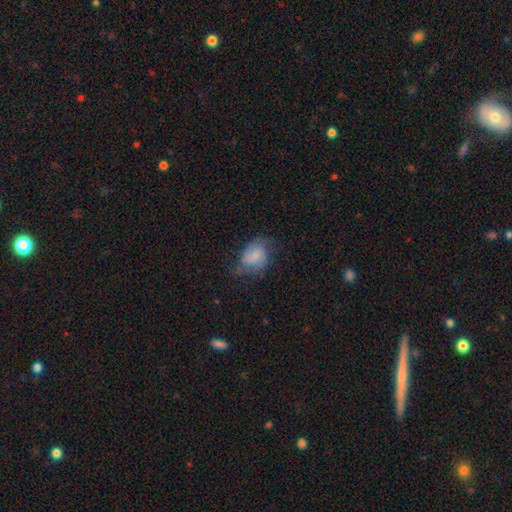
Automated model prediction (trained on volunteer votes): Smooth or featured? smooth (55%)
How rounded? in between (70%)
Merging? none (42%)